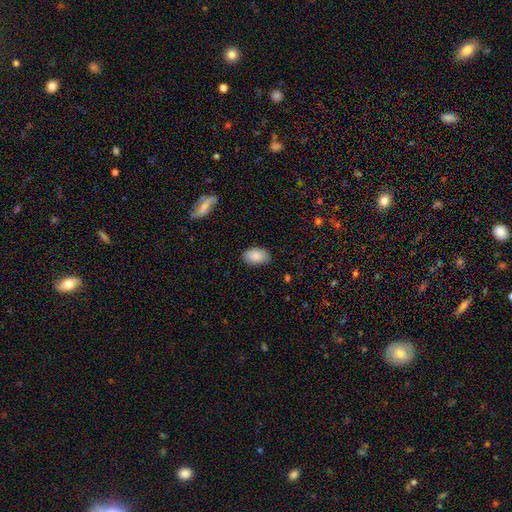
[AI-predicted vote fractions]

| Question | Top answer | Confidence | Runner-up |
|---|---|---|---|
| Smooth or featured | smooth | 87% | star or artifact (7%) |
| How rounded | in between | 93% | round (6%) |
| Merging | none | 83% | minor disturbance (13%) |